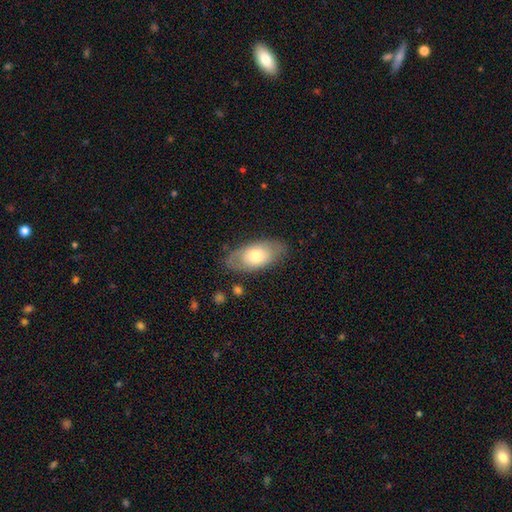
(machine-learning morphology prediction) smooth 64%, featured or disk 30%, star or artifact 6%. Down the decision tree: how rounded — in between (91%); merging — none (78%).